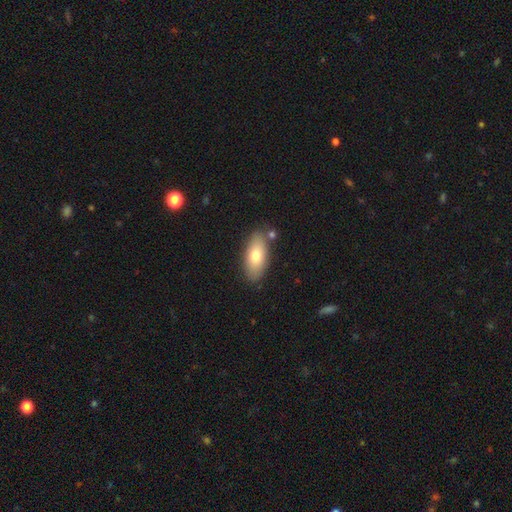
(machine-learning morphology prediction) Smooth or featured? smooth (74%)
How rounded? in between (86%)
Merging? none (80%)